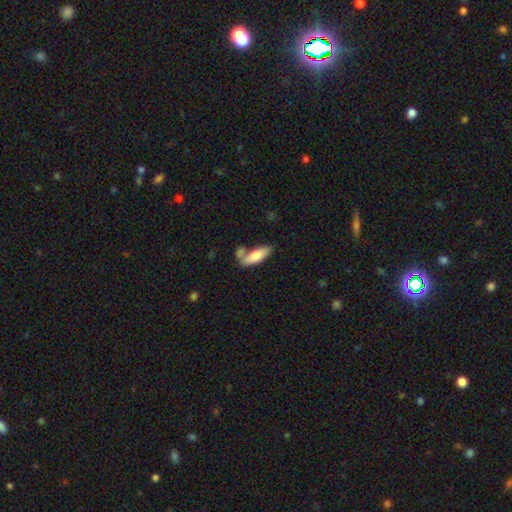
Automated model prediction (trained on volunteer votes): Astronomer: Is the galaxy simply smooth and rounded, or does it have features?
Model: smooth — 77%.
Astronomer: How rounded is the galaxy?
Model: in between — 63%.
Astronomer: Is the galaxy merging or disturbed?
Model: none — 49% (runner-up: merger, 27%).